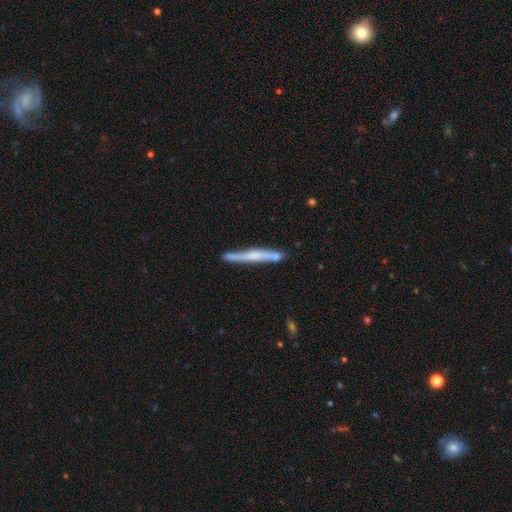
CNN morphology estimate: A featured or disk galaxy (63%) viewed edge-on (95%) with a rounded central bulge (47%).

Vote fractions:
- Smooth or featured? featured or disk: 63% / smooth: 31% / star or artifact: 6%
- Edge-on disk? yes: 95% / no: 5%
- Edge-on bulge? rounded: 47% / none: 35% / boxy: 18%
- Merging? none: 81% / minor disturbance: 13% / merger: 4% / major disturbance: 2%